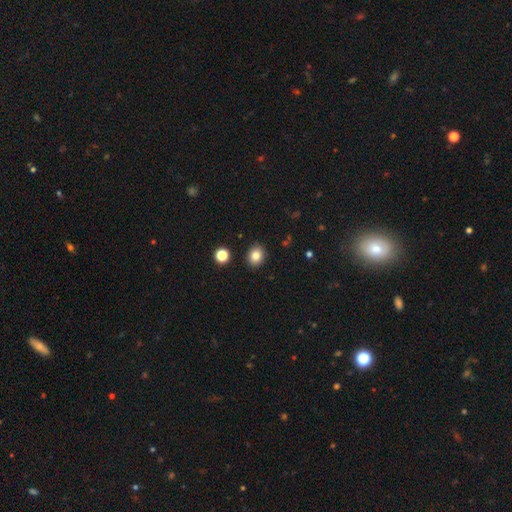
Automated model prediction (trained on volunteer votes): Q: Smooth or featured?
A: smooth (83%); runner-up: star or artifact (11%)
Q: How rounded?
A: round (62%); runner-up: in between (37%)
Q: Merging?
A: none (89%); runner-up: minor disturbance (7%)